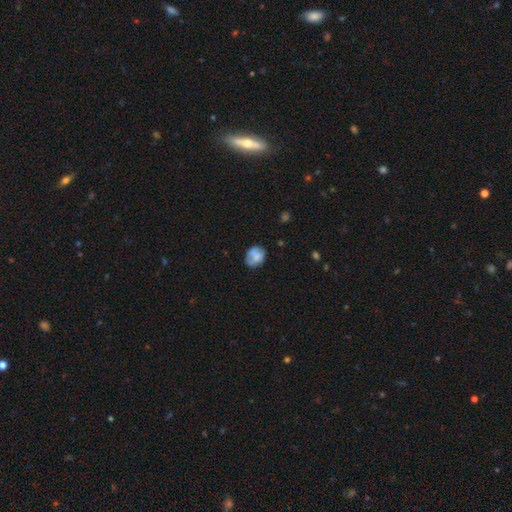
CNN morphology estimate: This is likely a smooth galaxy (62%). How rounded: possibly round (52%). Merging: possibly none (53%).